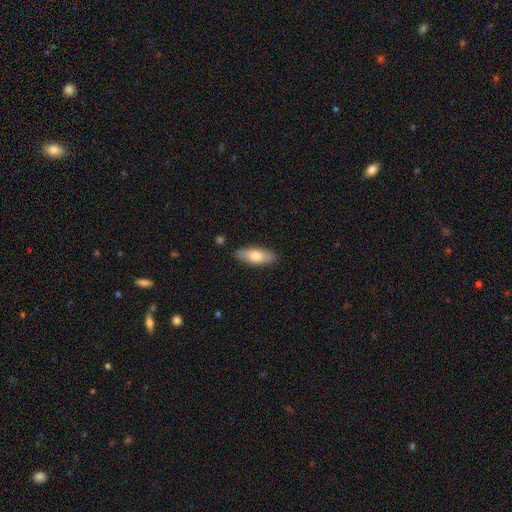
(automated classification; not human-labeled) This appears to be a smooth galaxy with no disk features (73%) that is in between round and cigar-shaped (68%). Merging: none (85%).